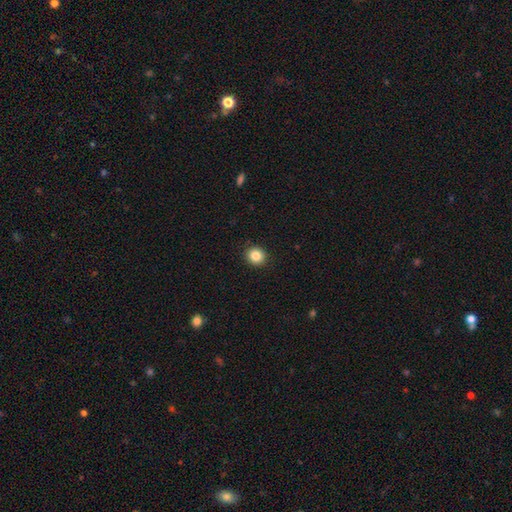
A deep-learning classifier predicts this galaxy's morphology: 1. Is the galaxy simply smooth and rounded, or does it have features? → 85% smooth, 10% star or artifact, 5% featured or disk.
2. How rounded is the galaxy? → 84% round, 15% in between, 1% cigar-shaped.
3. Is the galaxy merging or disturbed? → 92% none, 6% minor disturbance, 2% major disturbance, 1% merger.